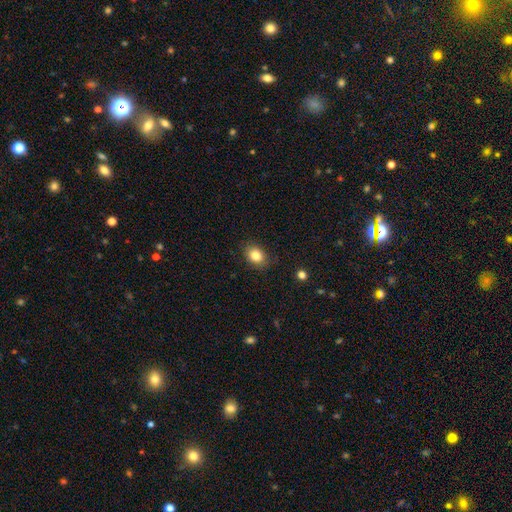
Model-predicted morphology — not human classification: This is clearly a smooth galaxy (84%). How rounded: likely in between (67%). Merging: clearly none (85%).